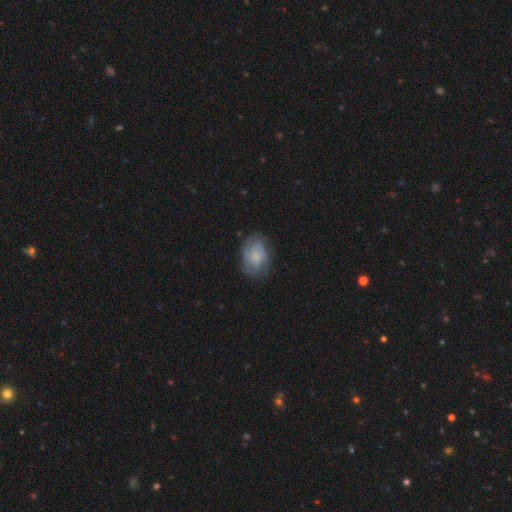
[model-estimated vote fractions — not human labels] Smooth or featured?
  - featured or disk: 62% *
  - smooth: 30%
  - star or artifact: 8%
Edge-on disk?
  - no: 97% *
  - yes: 3%
Bar?
  - no: 72% *
  - weak: 25%
  - strong: 3%
Spiral arms?
  - yes: 89% *
  - no: 11%
Spiral winding?
  - tight: 50% *
  - medium: 37%
  - loose: 13%
Spiral arm count?
  - can't tell: 39% *
  - 2: 21%
  - 3: 19%
  - 4: 10%
  - 1: 5%
  - more than 4: 5%
Bulge size?
  - small: 66% *
  - moderate: 20%
  - none: 11%
  - large: 2%
  - dominant: 1%
Merging?
  - none: 72% *
  - minor disturbance: 19%
  - major disturbance: 8%
  - merger: 1%